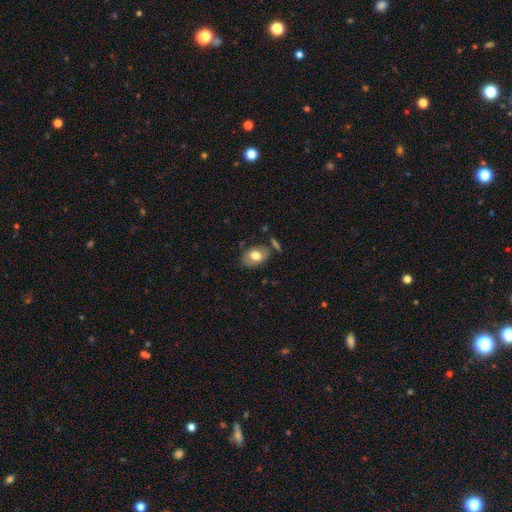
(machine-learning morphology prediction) Smooth or featured? Predicted: smooth (p=0.72). How rounded? Predicted: in between (p=0.81). Merging? Predicted: none (p=0.70).